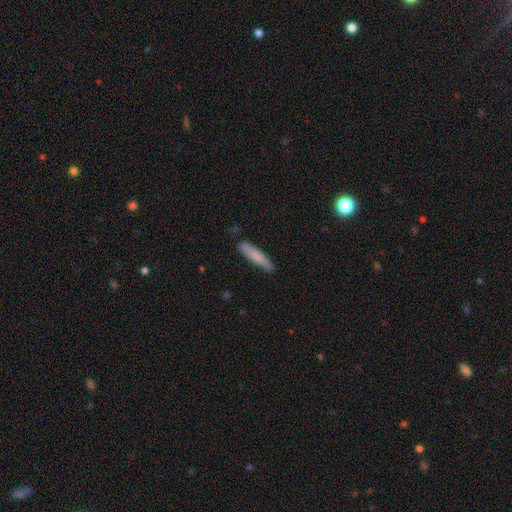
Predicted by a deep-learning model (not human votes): Overall: smooth (79%). How rounded: cigar-shaped (86%). Merging: none (82%).